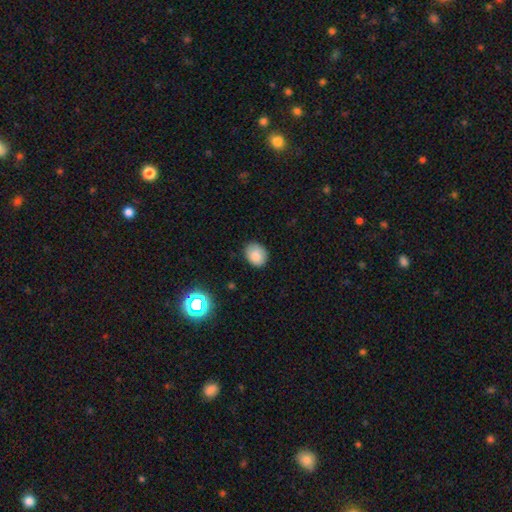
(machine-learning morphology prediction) type=smooth (84%); roundness=in between (55%); merging=none (82%).